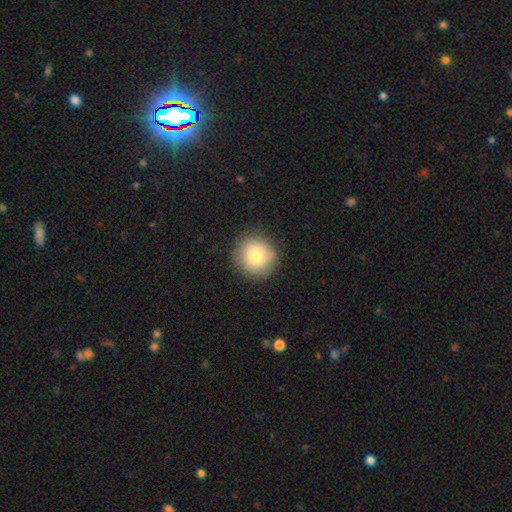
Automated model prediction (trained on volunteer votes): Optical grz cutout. It shows a smooth galaxy with no disk features (78%) that is round (95%). Merging: none (86%).